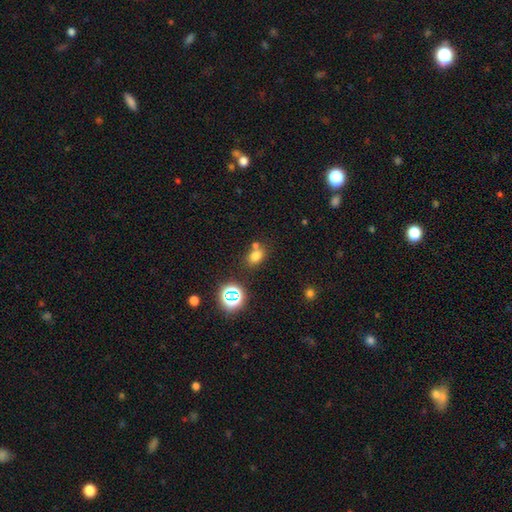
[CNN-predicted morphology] This appears to be a smooth galaxy with no disk features (72%) that is in between round and cigar-shaped (61%). Merging: none (61%).